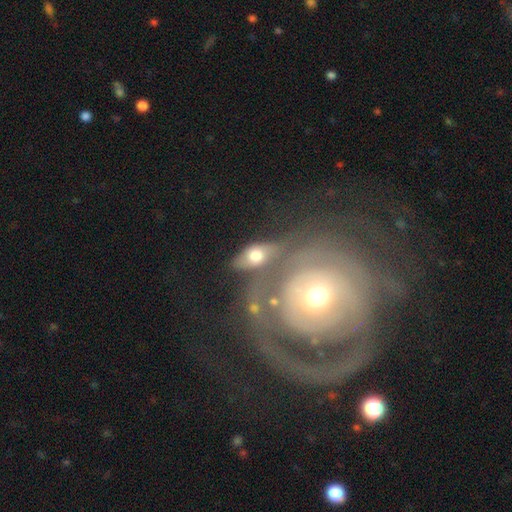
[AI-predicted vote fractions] Morphology: type=smooth (56%); roundness=in between (75%); merging=none (47%).